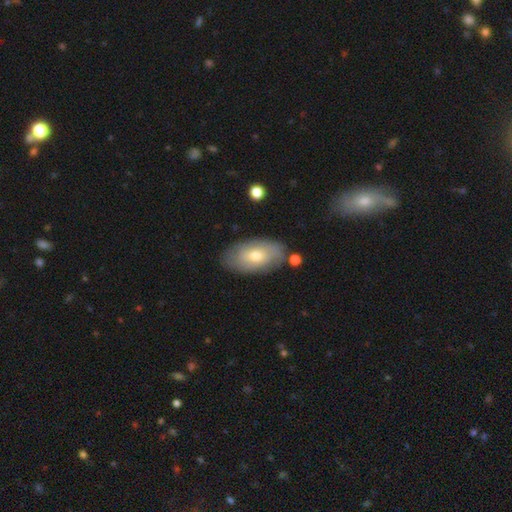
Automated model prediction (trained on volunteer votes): smooth 59%, featured or disk 34%, star or artifact 7%. Down the decision tree: how rounded — in between (93%); merging — none (78%).